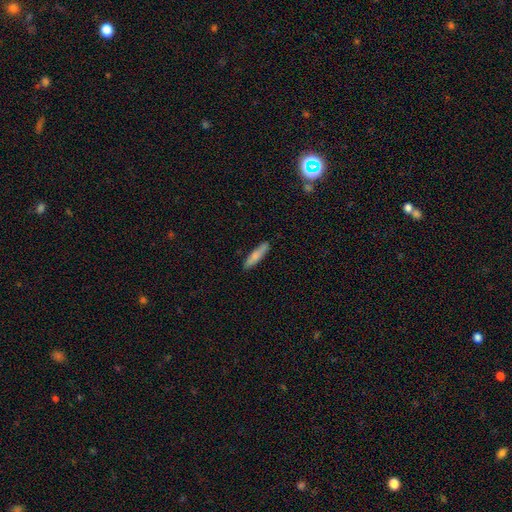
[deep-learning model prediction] Smooth or featured? Predicted: smooth (p=0.79). How rounded? Predicted: cigar-shaped (p=0.82). Merging? Predicted: none (p=0.87).